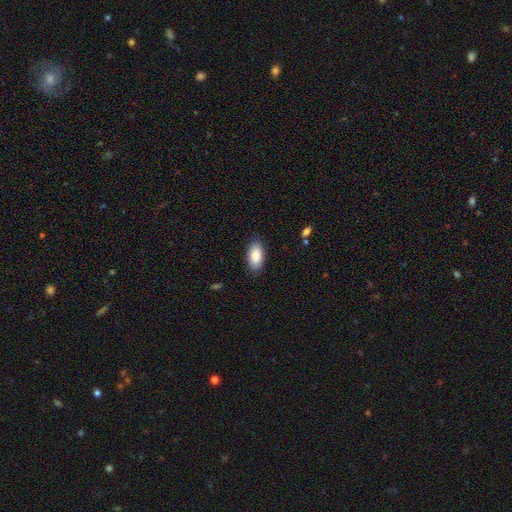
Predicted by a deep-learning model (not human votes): smooth_or_featured: smooth (p=0.86) [alt: featured or disk p=0.07]
how_rounded: in between (p=0.94) [alt: cigar-shaped p=0.04]
merging: none (p=0.86) [alt: minor disturbance p=0.10]